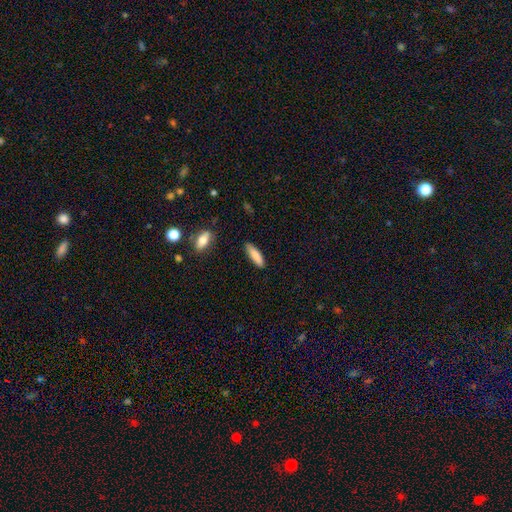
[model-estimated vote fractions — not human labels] Smooth or featured? Predicted: smooth (p=0.86). How rounded? Predicted: cigar-shaped (p=0.60). Merging? Predicted: none (p=0.84).